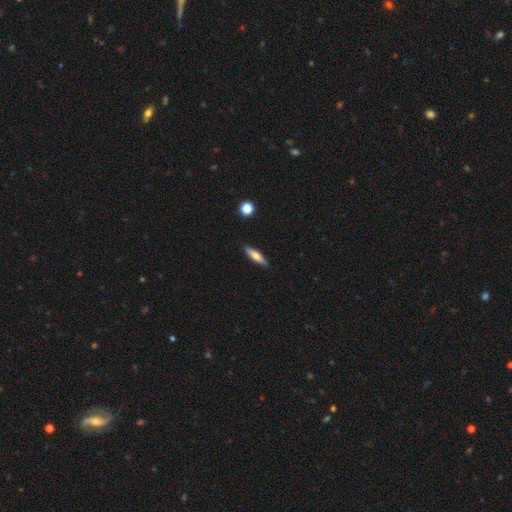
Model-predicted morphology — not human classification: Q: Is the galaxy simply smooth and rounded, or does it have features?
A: smooth — 61%.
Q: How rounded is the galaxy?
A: cigar-shaped — 71%.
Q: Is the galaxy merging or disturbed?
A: none — 88%.